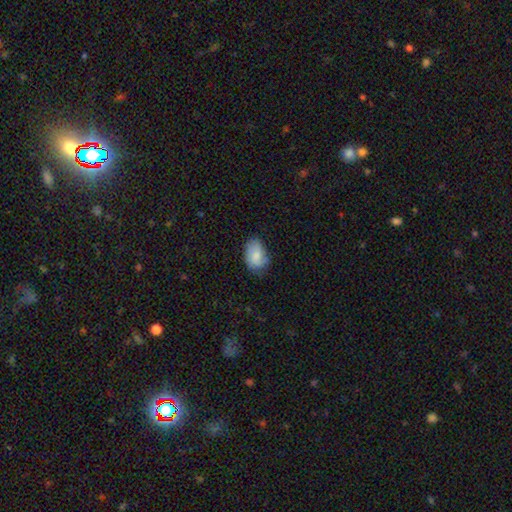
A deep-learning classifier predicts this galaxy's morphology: smooth 70%, featured or disk 23%, star or artifact 7%. Down the decision tree: how rounded — in between (85%); merging — none (56%).